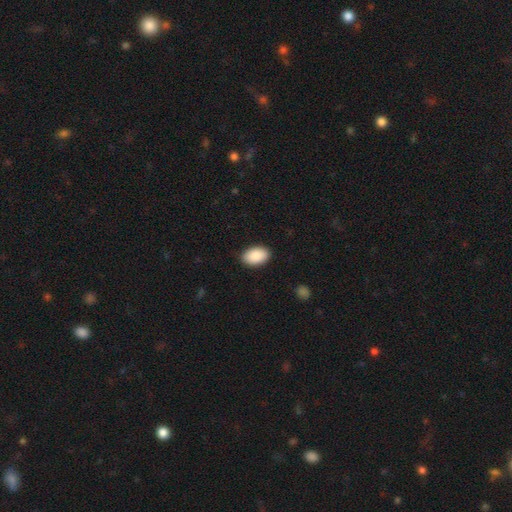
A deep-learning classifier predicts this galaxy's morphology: A smooth galaxy with no disk features (89%) that is in between round and cigar-shaped (92%). Merging: none (89%).